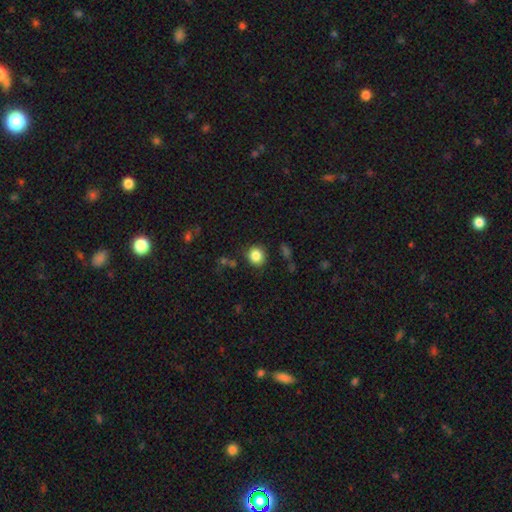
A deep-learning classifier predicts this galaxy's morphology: This is clearly a smooth galaxy (85%). How rounded: clearly round (86%). Merging: clearly none (84%).